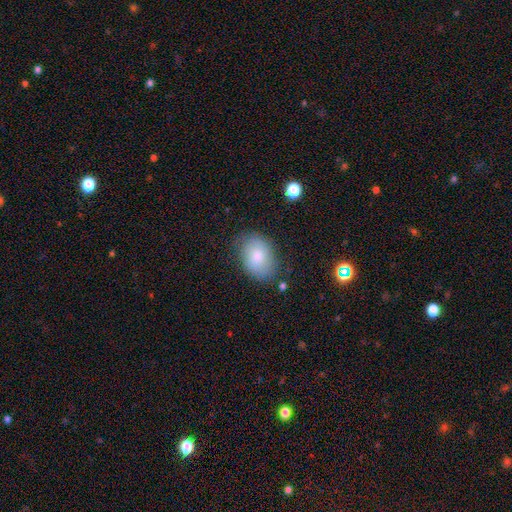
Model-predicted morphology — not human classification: type=smooth (78%); roundness=in between (79%); merging=none (77%).